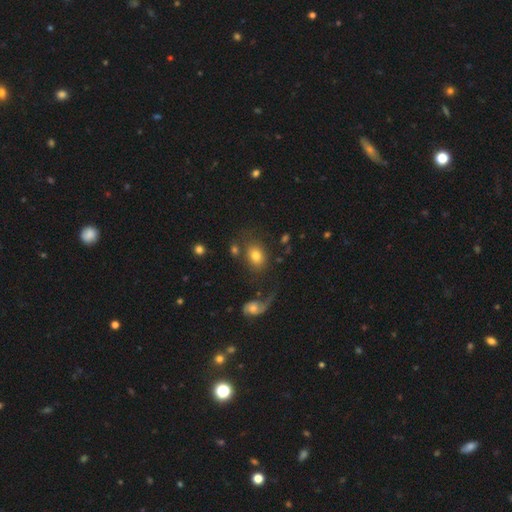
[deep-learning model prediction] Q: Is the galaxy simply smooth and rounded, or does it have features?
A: smooth — 74%.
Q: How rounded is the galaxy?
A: in between — 67%.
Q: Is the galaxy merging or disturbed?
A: none — 60%.